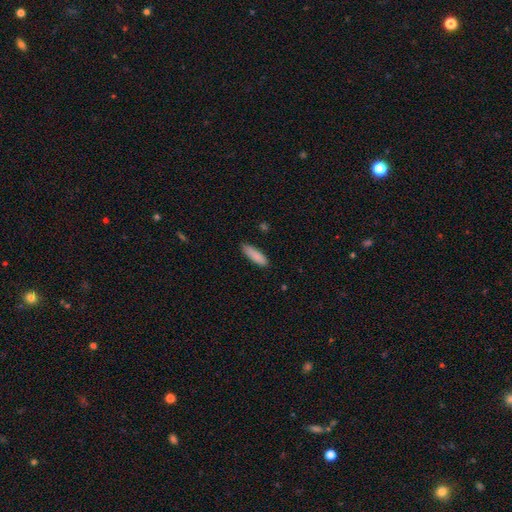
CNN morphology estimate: The model was most divided on "how rounded": cigar-shaped: 58%, in between: 40%, round: 1%. More confident: smooth or featured — smooth (88%); merging — none (82%).